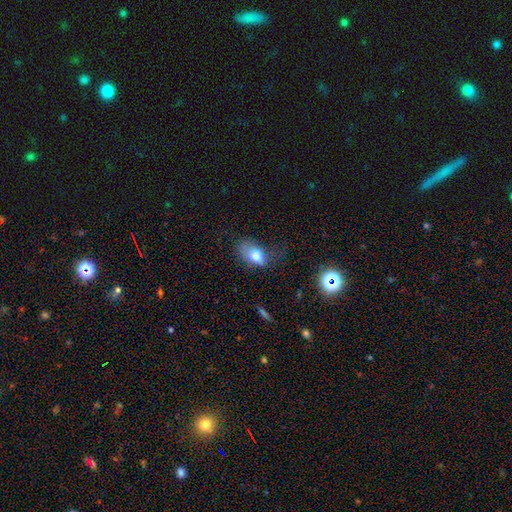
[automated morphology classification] type=smooth (74%); roundness=in between (84%); merging=none (35%).